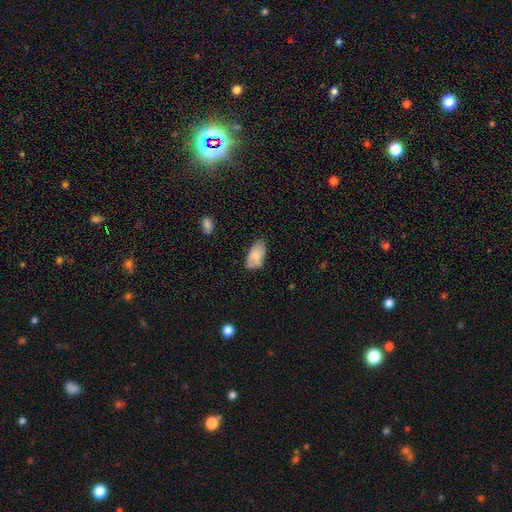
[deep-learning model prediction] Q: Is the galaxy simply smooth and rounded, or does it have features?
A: smooth — 77%.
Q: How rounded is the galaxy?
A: in between — 94%.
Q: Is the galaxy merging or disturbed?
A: none — 61%.